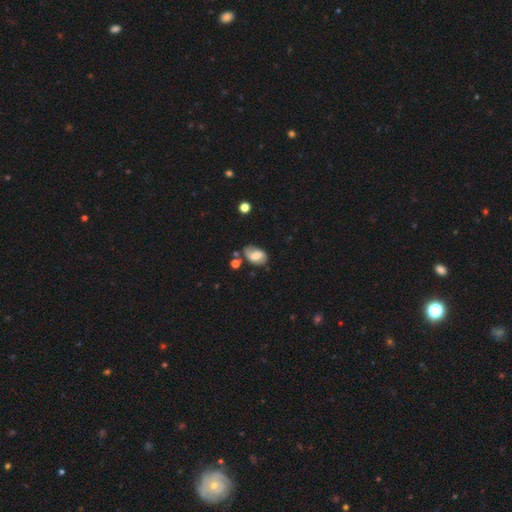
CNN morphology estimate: Smooth or featured? smooth (52%)
How rounded? in between (85%)
Merging? none (54%)